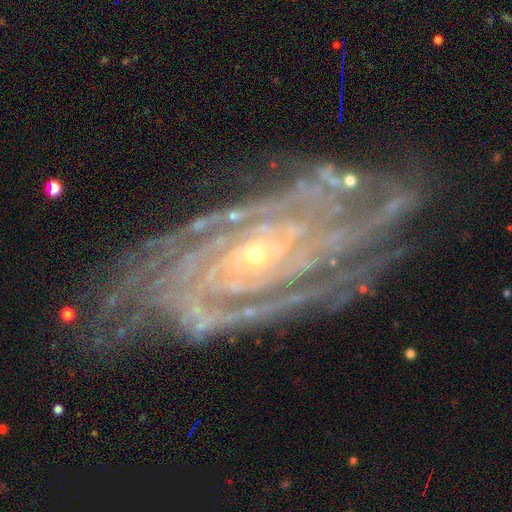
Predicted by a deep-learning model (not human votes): Q: Smooth or featured?
A: featured or disk (90%); runner-up: star or artifact (6%)
Q: Edge-on disk?
A: no (94%); runner-up: yes (6%)
Q: Bar?
A: no (64%); runner-up: weak (25%)
Q: Spiral arms?
A: yes (98%); runner-up: no (2%)
Q: Spiral winding?
A: tight (78%); runner-up: medium (19%)
Q: Spiral arm count?
A: can't tell (27%); runner-up: more than 4 (19%)
Q: Bulge size?
A: small (77%); runner-up: moderate (20%)
Q: Merging?
A: none (77%); runner-up: minor disturbance (16%)